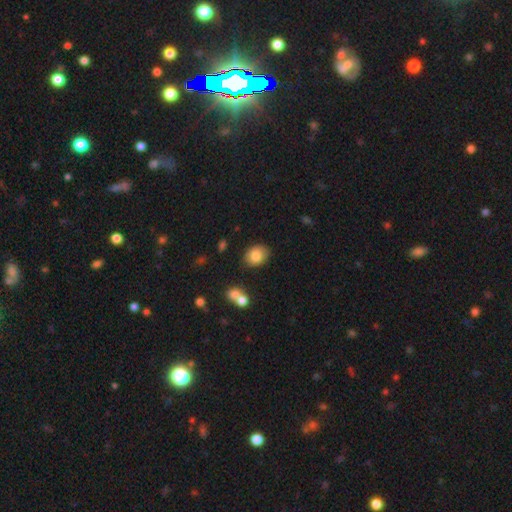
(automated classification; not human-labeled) Q: Smooth or featured?
A: smooth (82%); runner-up: featured or disk (9%)
Q: How rounded?
A: in between (58%); runner-up: round (41%)
Q: Merging?
A: none (81%); runner-up: minor disturbance (12%)